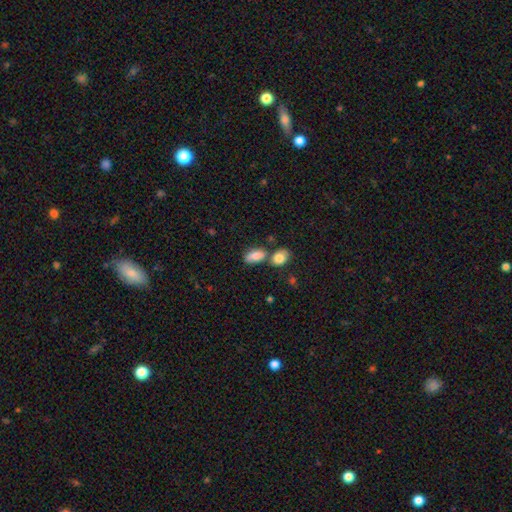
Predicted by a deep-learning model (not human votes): Smooth or featured?
  - smooth: 84% *
  - featured or disk: 8%
  - star or artifact: 8%
How rounded?
  - in between: 88% *
  - round: 7%
  - cigar-shaped: 5%
Merging?
  - none: 49% *
  - merger: 32%
  - minor disturbance: 14%
  - major disturbance: 5%